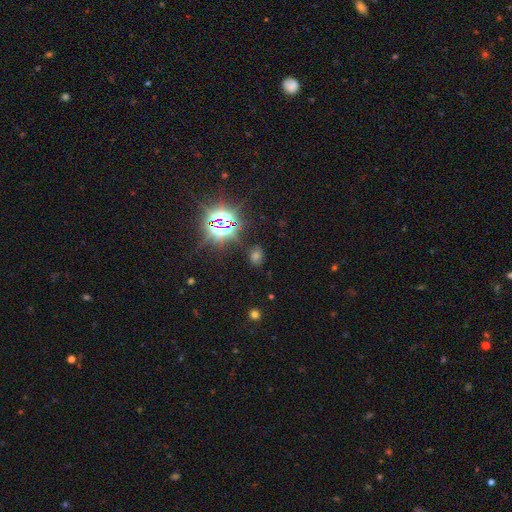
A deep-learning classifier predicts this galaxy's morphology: Overall: star or artifact (62%; smooth 29%).